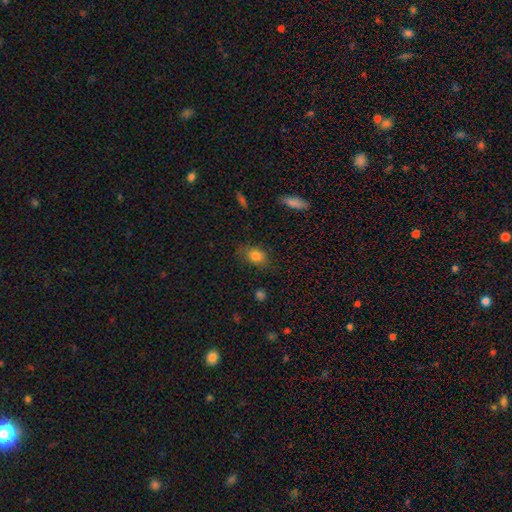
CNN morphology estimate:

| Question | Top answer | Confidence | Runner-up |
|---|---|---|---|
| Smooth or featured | smooth | 81% | star or artifact (10%) |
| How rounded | in between | 67% | round (30%) |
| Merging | none | 72% | minor disturbance (21%) |